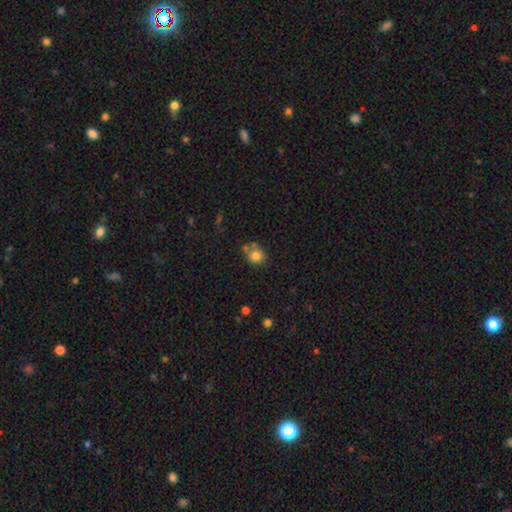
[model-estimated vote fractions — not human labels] The model was most divided on "merging": none: 59%, merger: 23%, minor disturbance: 14%, major disturbance: 4%. More confident: smooth or featured — smooth (78%); how rounded — round (77%).